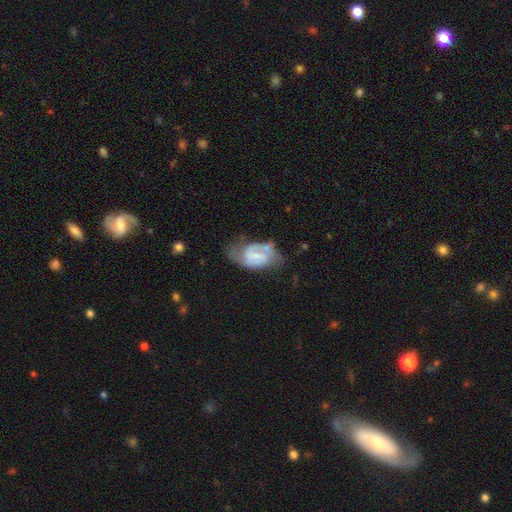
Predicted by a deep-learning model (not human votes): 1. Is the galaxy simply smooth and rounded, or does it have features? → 74% featured or disk, 20% smooth, 6% star or artifact.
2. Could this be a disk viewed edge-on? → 97% no, 3% yes.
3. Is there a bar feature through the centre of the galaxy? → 53% weak, 28% no, 19% strong.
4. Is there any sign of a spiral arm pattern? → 88% yes, 12% no.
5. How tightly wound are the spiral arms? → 49% medium, 27% tight, 24% loose.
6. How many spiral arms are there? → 76% 2, 12% can't tell, 7% 1, 3% 3, 1% 4, 1% more than 4.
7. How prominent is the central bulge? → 55% small, 24% moderate, 17% none, 2% large, 1% dominant.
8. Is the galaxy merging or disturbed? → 44% none, 28% minor disturbance, 21% major disturbance, 7% merger.